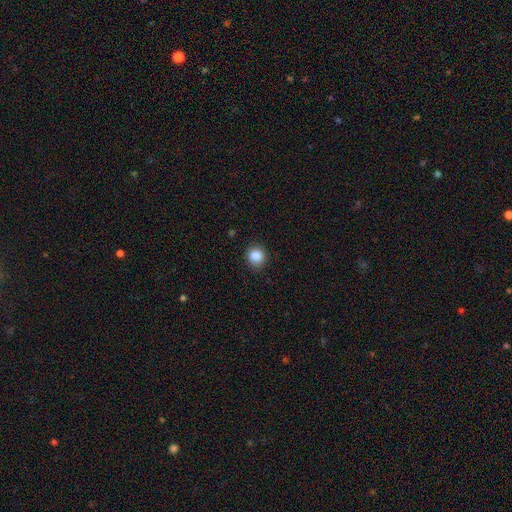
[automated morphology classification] type=smooth (87%); roundness=round (84%); merging=none (87%).